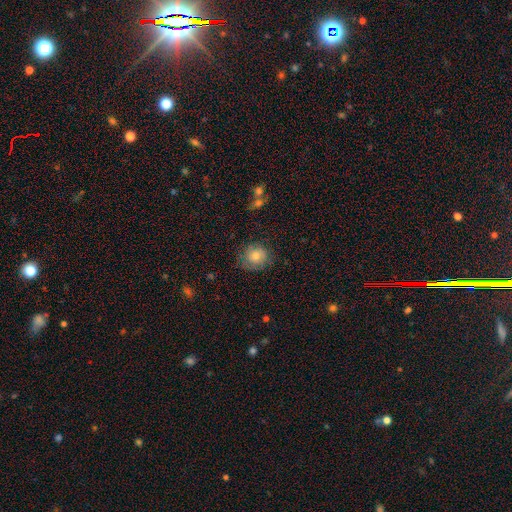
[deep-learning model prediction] smooth 70%, featured or disk 20%, star or artifact 10%. Down the decision tree: how rounded — round (79%); merging — none (74%).